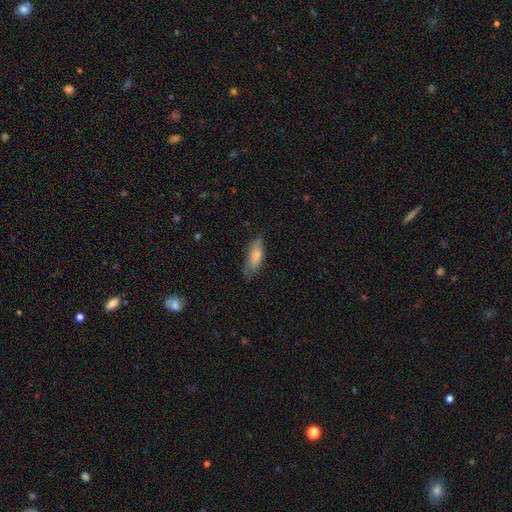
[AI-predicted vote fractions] Smooth or featured? smooth (75%)
How rounded? in between (65%)
Merging? none (62%)